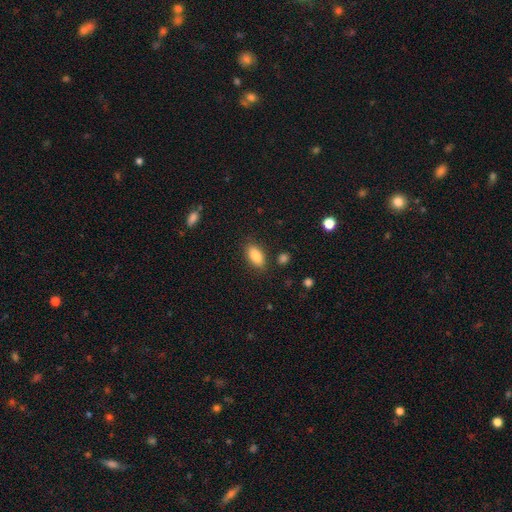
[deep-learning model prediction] A smooth galaxy with no disk features (86%) that is in between round and cigar-shaped (90%). Merging: none (84%).